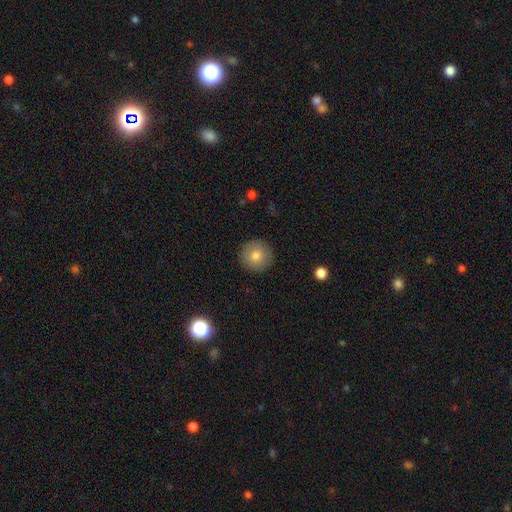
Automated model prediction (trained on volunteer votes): Smooth or featured: smooth — 80% (featured or disk — 11%)
How rounded: round — 95% (in between — 4%)
Merging: none — 91% (minor disturbance — 6%)